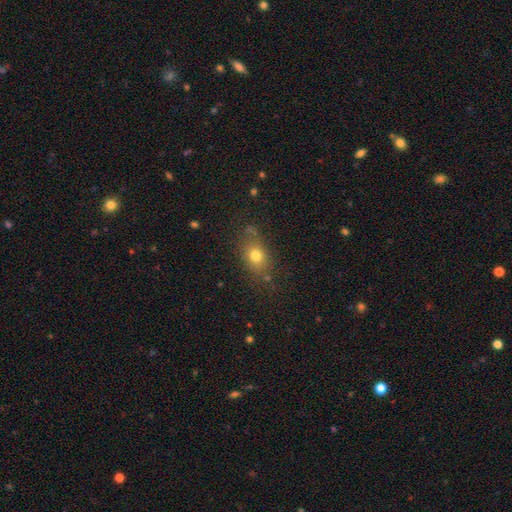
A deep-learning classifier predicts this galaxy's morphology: This is likely a smooth galaxy (74%). How rounded: likely in between (63%). Merging: likely none (73%).